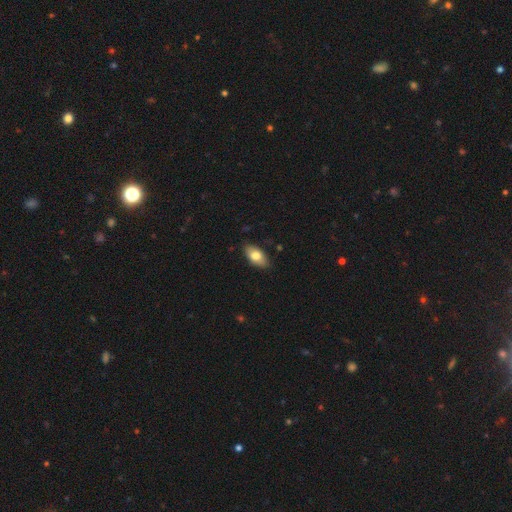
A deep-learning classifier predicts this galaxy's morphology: Smooth or featured?
  - smooth: 75% *
  - featured or disk: 18%
  - star or artifact: 7%
How rounded?
  - in between: 91% *
  - cigar-shaped: 4%
  - round: 4%
Merging?
  - none: 84% *
  - minor disturbance: 13%
  - major disturbance: 2%
  - merger: 1%